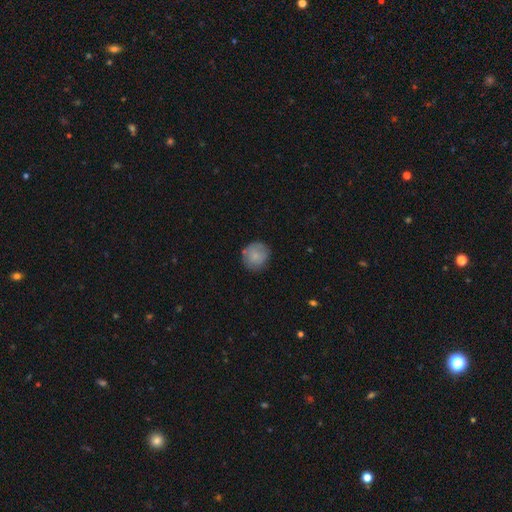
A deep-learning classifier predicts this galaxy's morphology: Smooth or featured? Predicted: smooth (p=0.80). How rounded? Predicted: round (p=0.90). Merging? Predicted: none (p=0.80).